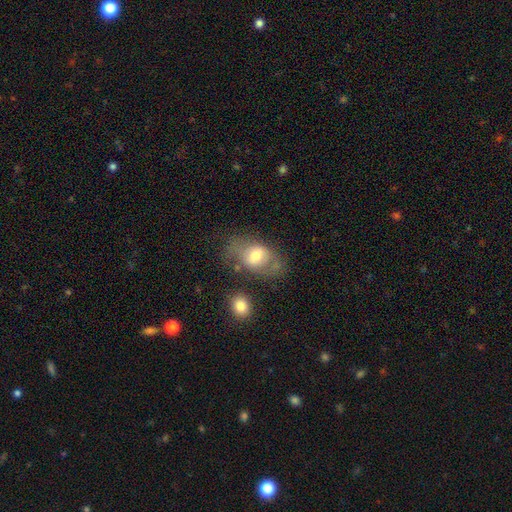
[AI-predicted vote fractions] Smooth or featured? Predicted: smooth (p=0.52). How rounded? Predicted: in between (p=0.78). Merging? Predicted: none (p=0.54).